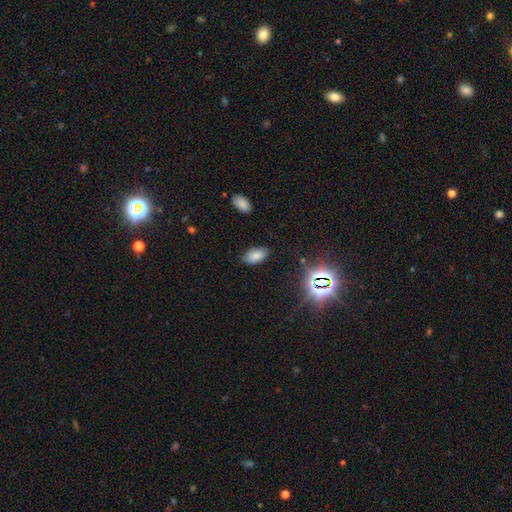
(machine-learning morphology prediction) Smooth or featured? Predicted: smooth (p=0.77). How rounded? Predicted: in between (p=0.94). Merging? Predicted: none (p=0.83).